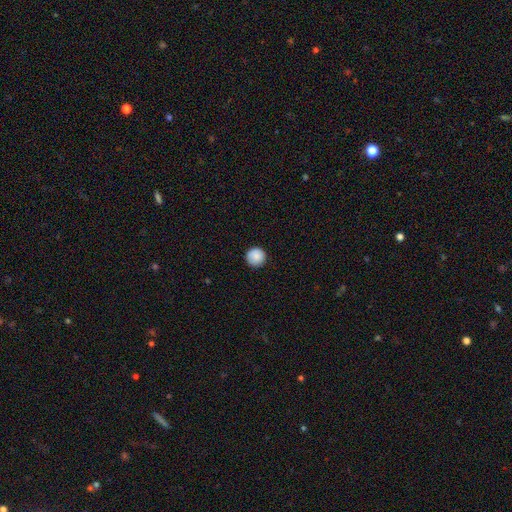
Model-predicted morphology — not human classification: The model was most divided on "smooth or featured": smooth: 87%, star or artifact: 8%, featured or disk: 5%. More confident: how rounded — round (96%); merging — none (90%).